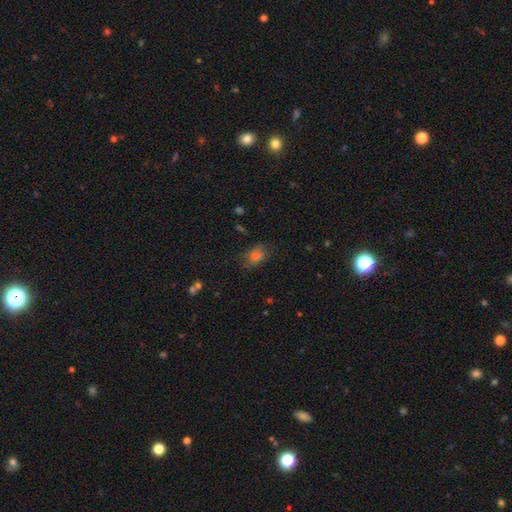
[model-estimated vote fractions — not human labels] Overall: smooth (67%). How rounded: in between (72%). Merging: none (68%).